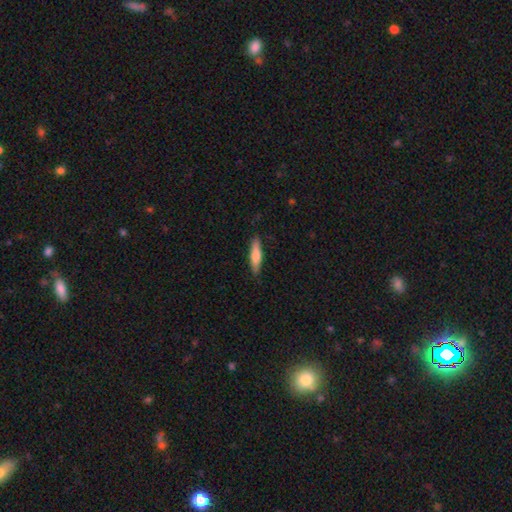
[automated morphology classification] This appears to be a smooth galaxy with no disk features (69%) that is cigar-shaped (76%). Merging: none (87%).